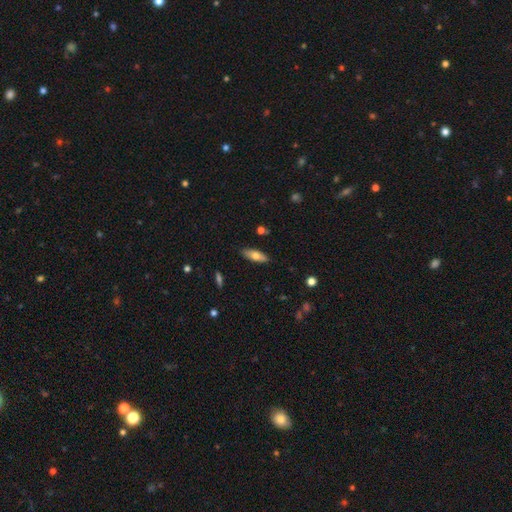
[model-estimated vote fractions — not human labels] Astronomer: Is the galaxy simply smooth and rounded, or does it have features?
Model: smooth — 67%.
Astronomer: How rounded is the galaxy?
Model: in between — 61% (runner-up: cigar-shaped, 37%).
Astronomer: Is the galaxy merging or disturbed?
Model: none — 86%.